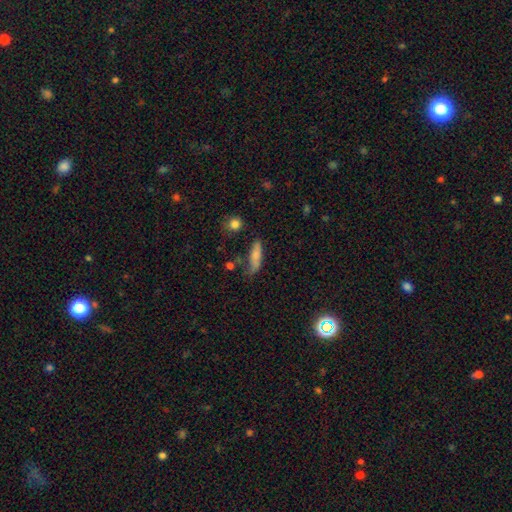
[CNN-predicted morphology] smooth_or_featured: smooth (p=0.76) [alt: featured or disk p=0.16]
how_rounded: cigar-shaped (p=0.59) [alt: in between p=0.38]
merging: none (p=0.56) [alt: minor disturbance p=0.28]